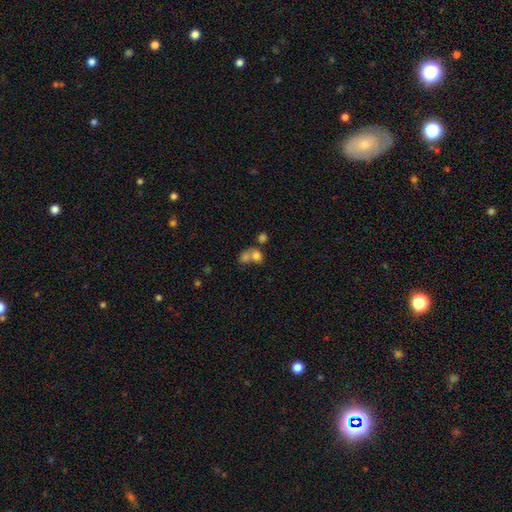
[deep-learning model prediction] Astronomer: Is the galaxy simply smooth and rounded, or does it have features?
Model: smooth — 59%.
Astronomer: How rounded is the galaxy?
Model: round — 63%.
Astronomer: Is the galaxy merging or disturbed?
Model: merger — 53% (runner-up: none, 32%).